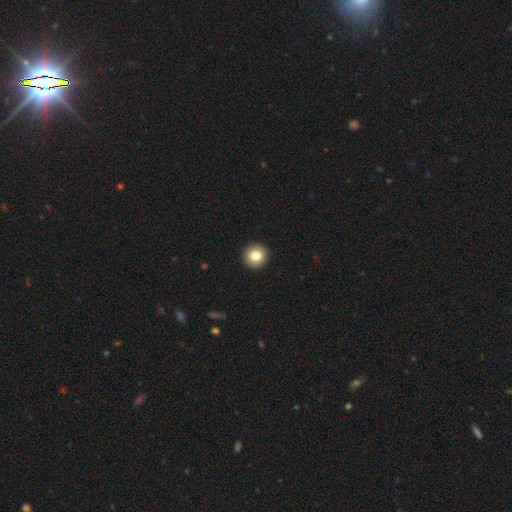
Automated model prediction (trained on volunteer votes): A smooth galaxy with no disk features (82%) that is round (95%).

Vote fractions:
- Smooth or featured? smooth: 82% / star or artifact: 9% / featured or disk: 9%
- How rounded? round: 95% / in between: 4% / cigar-shaped: 1%
- Merging? none: 94% / minor disturbance: 4% / major disturbance: 1% / merger: 1%